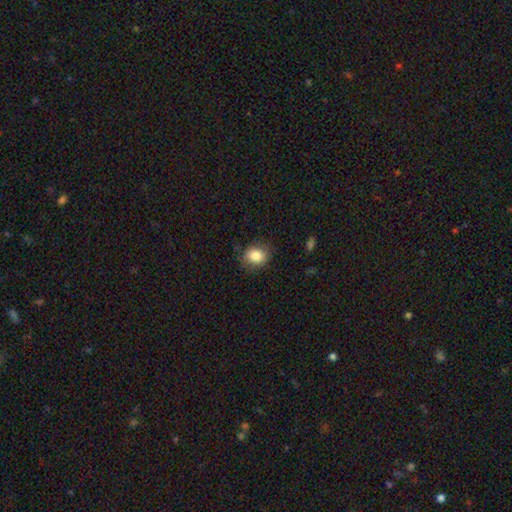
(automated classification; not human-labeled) Q: Smooth or featured?
A: smooth (84%); runner-up: star or artifact (9%)
Q: How rounded?
A: round (54%); runner-up: in between (45%)
Q: Merging?
A: none (80%); runner-up: minor disturbance (15%)